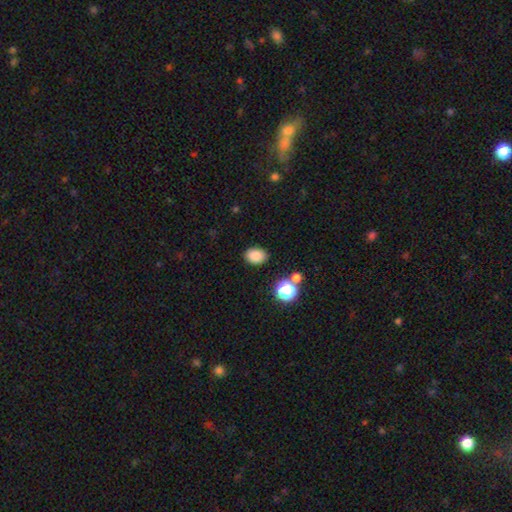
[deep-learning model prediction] smooth-or-featured: smooth: 83% | star or artifact: 11% | featured or disk: 6%
  how-rounded: in between: 73% | round: 26% | cigar-shaped: 1%
  merging: none: 86% | minor disturbance: 9% | merger: 2% | major disturbance: 2%